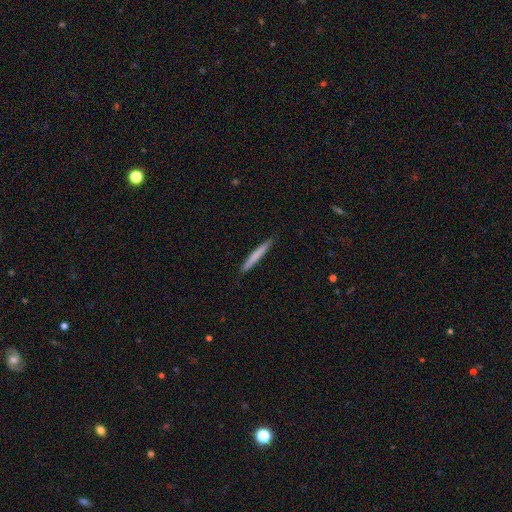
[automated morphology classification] Overall: smooth (70%). How rounded: cigar-shaped (97%). Merging: none (90%).